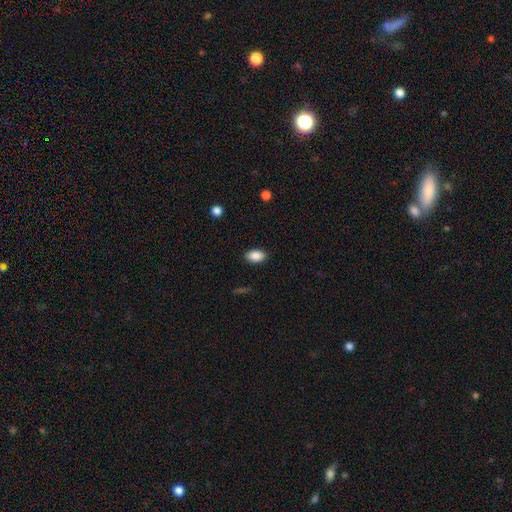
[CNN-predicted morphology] Smooth or featured? smooth (88%)
How rounded? in between (92%)
Merging? none (88%)